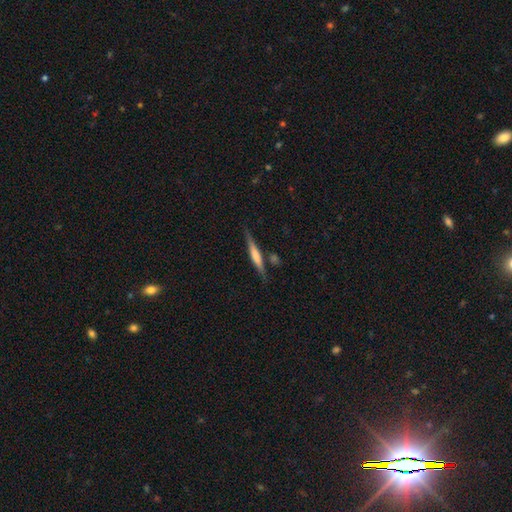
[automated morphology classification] type=smooth (48%); merging=none (79%).